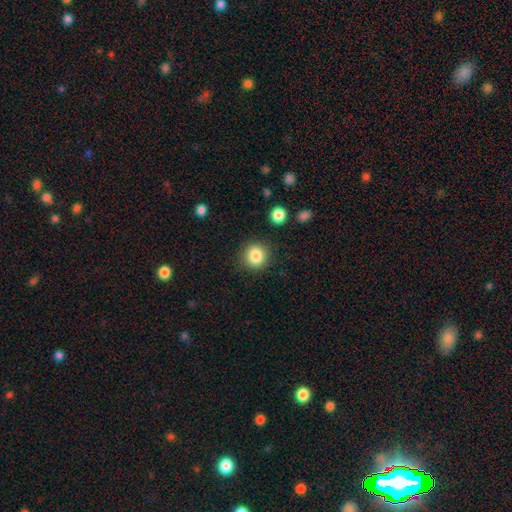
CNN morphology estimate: Smooth or featured? smooth (85%)
How rounded? round (89%)
Merging? none (87%)